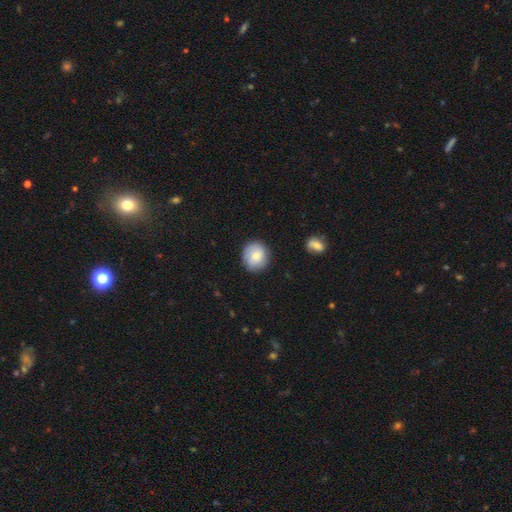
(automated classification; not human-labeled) Overall: smooth (74%). How rounded: round (83%). Merging: none (85%).